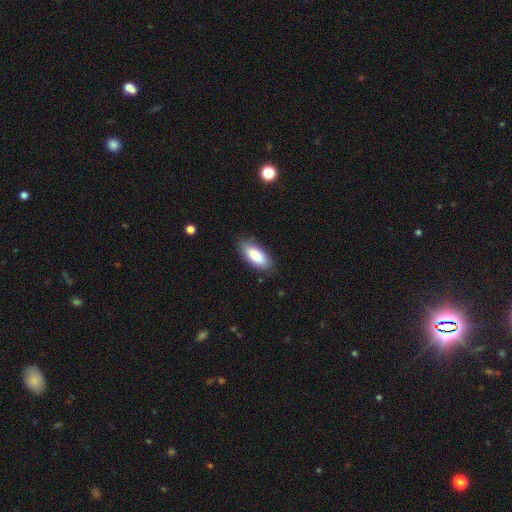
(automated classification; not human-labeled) This appears to be a smooth galaxy with no disk features (86%) that is in between round and cigar-shaped (84%). Merging: none (84%).